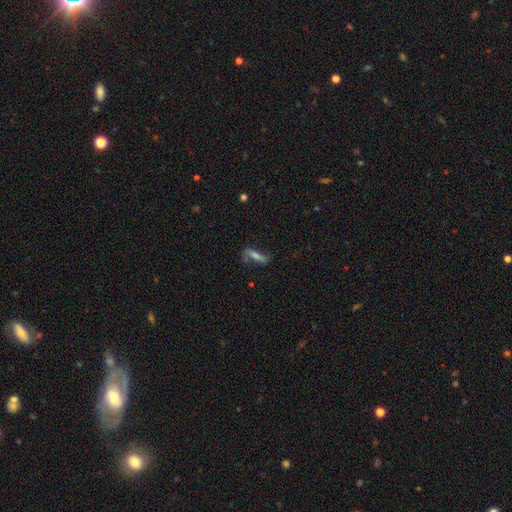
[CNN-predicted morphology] The model was most divided on "smooth or featured": smooth: 52%, featured or disk: 38%, star or artifact: 9%. More confident: how rounded — cigar-shaped (71%); merging — none (62%).